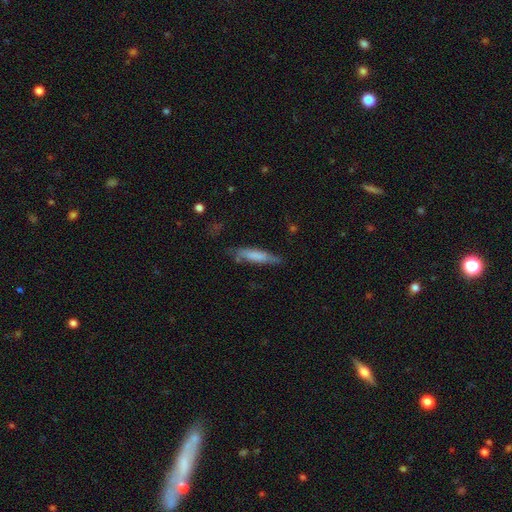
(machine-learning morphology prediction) Overall: smooth (68%). How rounded: cigar-shaped (82%). Merging: none (64%; minor disturbance 26%).